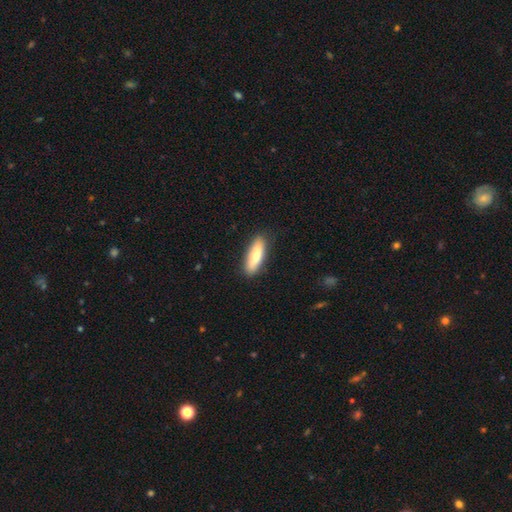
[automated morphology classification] Smooth or featured: smooth — 77% (featured or disk — 17%)
How rounded: cigar-shaped — 50% (in between — 48%)
Merging: none — 87% (minor disturbance — 10%)